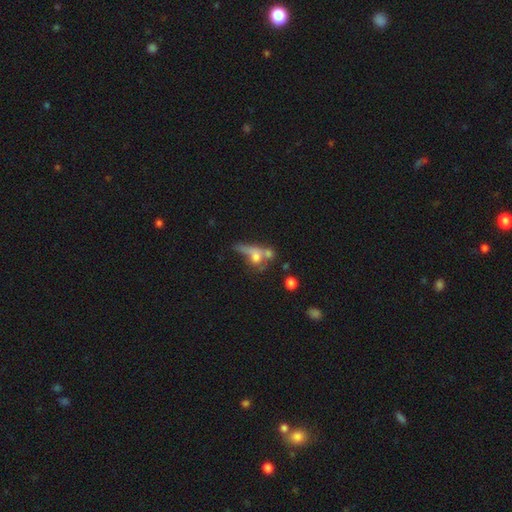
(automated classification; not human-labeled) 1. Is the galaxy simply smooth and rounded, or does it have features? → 52% smooth, 35% featured or disk, 13% star or artifact.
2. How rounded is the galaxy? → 48% in between, 31% round, 21% cigar-shaped.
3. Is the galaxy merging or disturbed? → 38% merger, 28% major disturbance, 20% none, 13% minor disturbance.